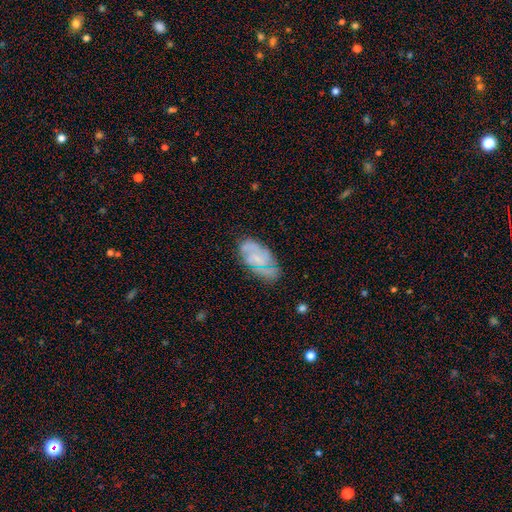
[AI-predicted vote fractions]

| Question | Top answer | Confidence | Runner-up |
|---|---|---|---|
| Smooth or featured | featured or disk | 66% | smooth (25%) |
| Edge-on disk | no | 94% | yes (6%) |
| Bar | no | 57% | weak (34%) |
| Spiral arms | yes | 86% | no (14%) |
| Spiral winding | medium | 42% | tied: tight (42%) |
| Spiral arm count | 2 | 48% | can't tell (26%) |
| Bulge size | small | 40% | none (39%) |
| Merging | none | 73% | minor disturbance (19%) |